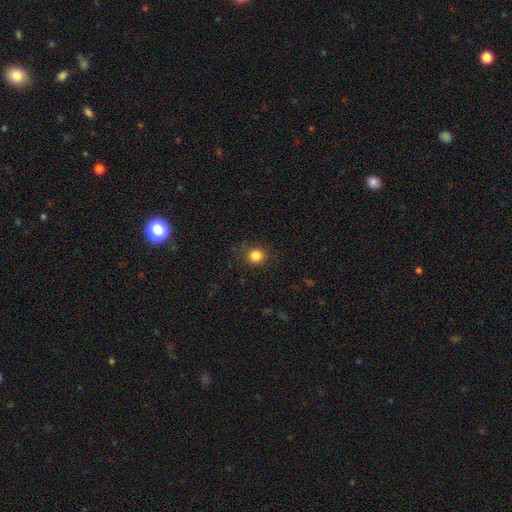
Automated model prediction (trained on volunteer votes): Smooth or featured?
  - smooth: 84% *
  - star or artifact: 11%
  - featured or disk: 4%
How rounded?
  - round: 84% *
  - in between: 15%
  - cigar-shaped: 1%
Merging?
  - none: 84% *
  - minor disturbance: 11%
  - major disturbance: 4%
  - merger: 1%